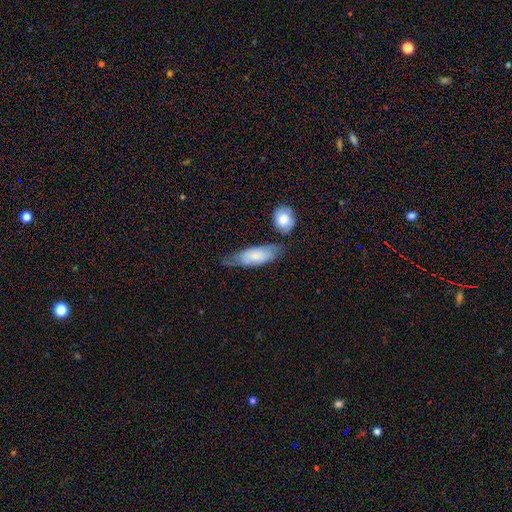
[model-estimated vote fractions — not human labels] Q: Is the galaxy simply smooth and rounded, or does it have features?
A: smooth — 69%.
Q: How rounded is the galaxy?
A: in between — 75%.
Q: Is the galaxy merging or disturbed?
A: none — 47%.